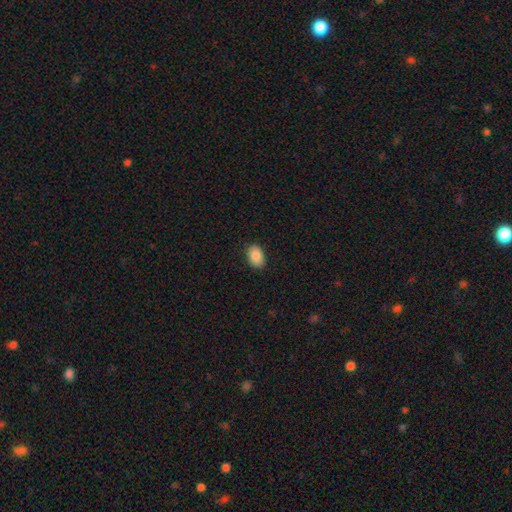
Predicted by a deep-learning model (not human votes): A smooth galaxy with no disk features (87%) that is in between round and cigar-shaped (86%).

Vote fractions:
- Smooth or featured? smooth: 87% / star or artifact: 7% / featured or disk: 6%
- How rounded? in between: 86% / round: 13% / cigar-shaped: 1%
- Merging? none: 88% / minor disturbance: 9% / major disturbance: 2% / merger: 1%